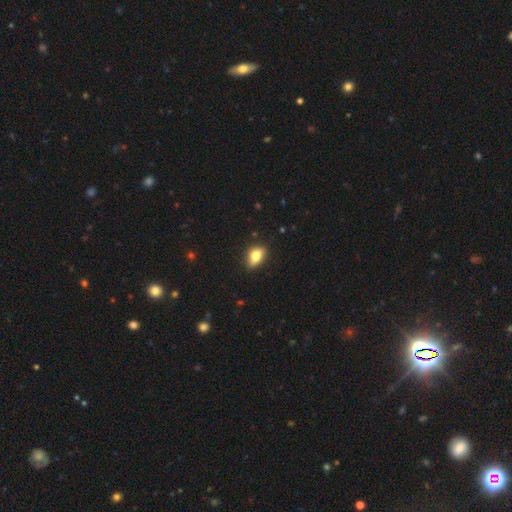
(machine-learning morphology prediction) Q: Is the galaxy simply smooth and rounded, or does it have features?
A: smooth — 72%.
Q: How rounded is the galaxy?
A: in between — 80%.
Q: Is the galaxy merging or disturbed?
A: none — 75%.